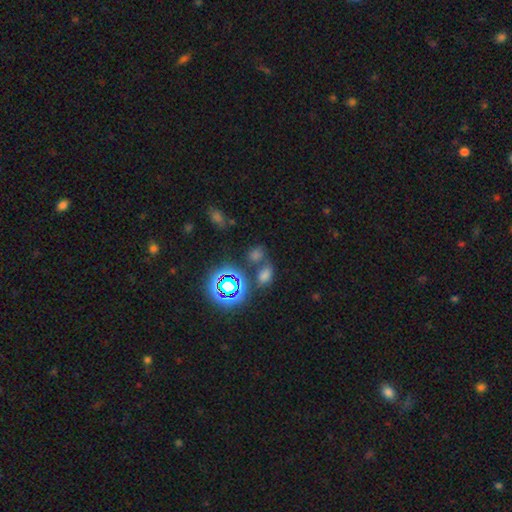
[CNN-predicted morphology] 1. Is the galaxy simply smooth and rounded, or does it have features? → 50% smooth, 41% star or artifact, 9% featured or disk.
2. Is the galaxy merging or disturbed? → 53% none, 28% merger, 12% minor disturbance, 6% major disturbance.